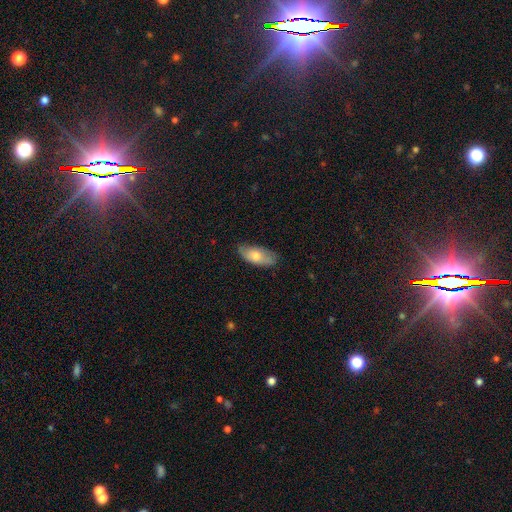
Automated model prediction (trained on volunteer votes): A smooth galaxy with no disk features (71%) that is in between round and cigar-shaped (89%). Merging: none (69%).